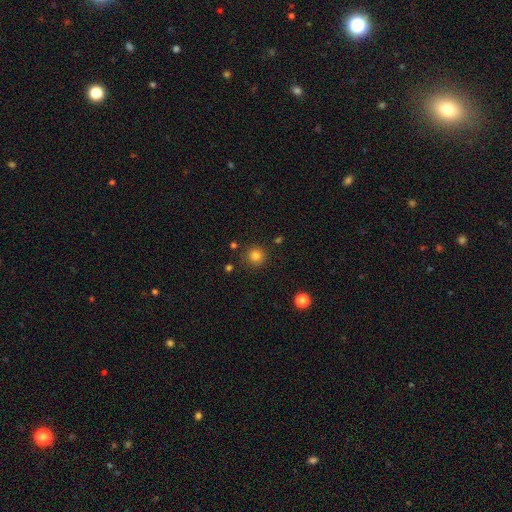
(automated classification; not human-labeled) Smooth or featured? Predicted: smooth (p=0.82). How rounded? Predicted: round (p=0.94). Merging? Predicted: none (p=0.88).